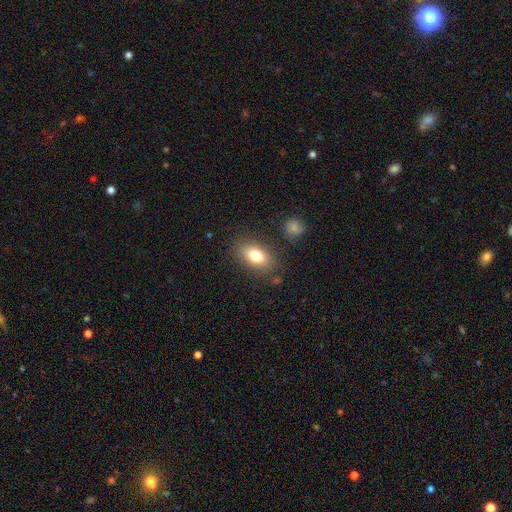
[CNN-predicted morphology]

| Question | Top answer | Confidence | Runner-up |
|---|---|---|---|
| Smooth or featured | smooth | 79% | featured or disk (13%) |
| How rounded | in between | 86% | round (10%) |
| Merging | none | 82% | minor disturbance (12%) |